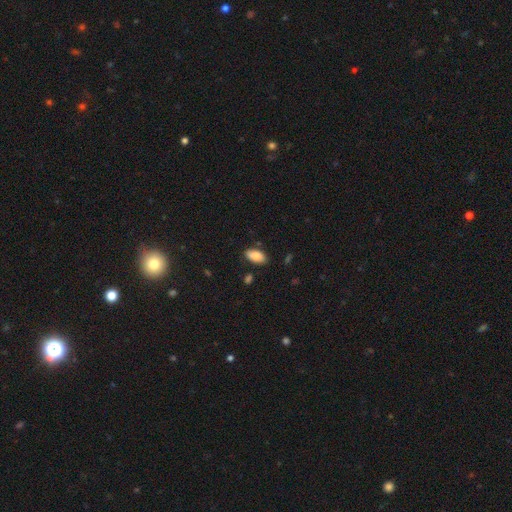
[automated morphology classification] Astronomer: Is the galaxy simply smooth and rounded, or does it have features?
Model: smooth — 85%.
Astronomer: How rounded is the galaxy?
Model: in between — 93%.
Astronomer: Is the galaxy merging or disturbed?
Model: none — 83%.